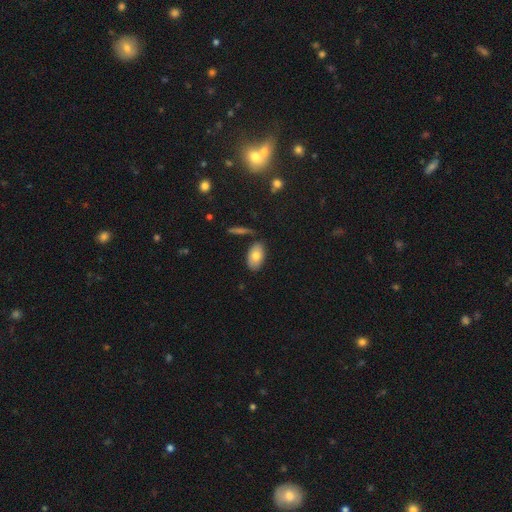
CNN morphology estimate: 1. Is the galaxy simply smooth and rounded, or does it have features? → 75% smooth, 18% featured or disk, 7% star or artifact.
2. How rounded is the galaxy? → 92% in between, 6% round, 3% cigar-shaped.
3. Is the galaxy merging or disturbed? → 78% none, 14% minor disturbance, 5% merger, 3% major disturbance.